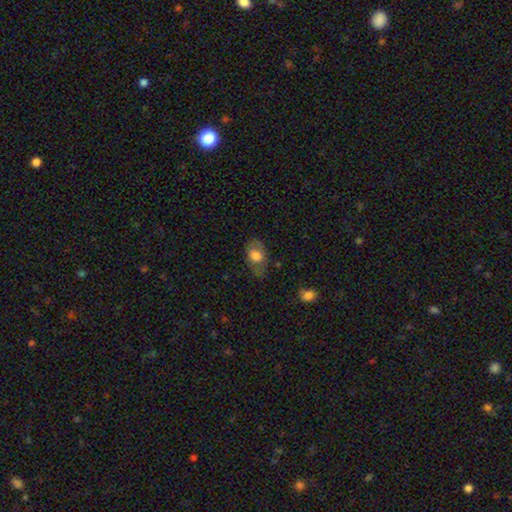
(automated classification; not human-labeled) Smooth or featured? smooth (66%)
How rounded? in between (80%)
Merging? none (61%)